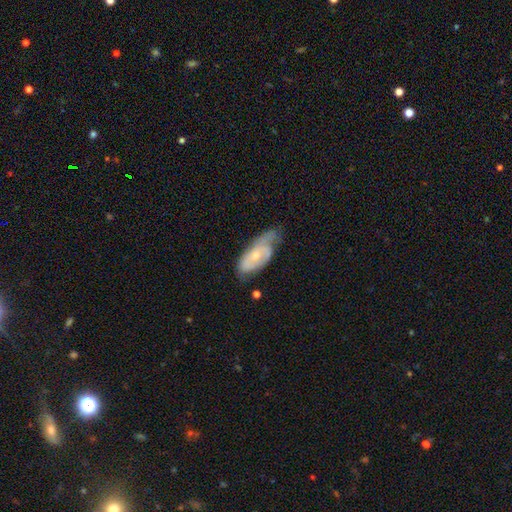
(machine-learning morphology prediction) Smooth or featured? Predicted: featured or disk (p=0.60). Edge-on disk? Predicted: no (p=0.90). Bar? Predicted: no (p=0.73). Spiral arms? Predicted: yes (p=0.76). Bulge size? Predicted: small (p=0.60). Merging? Predicted: none (p=0.41).